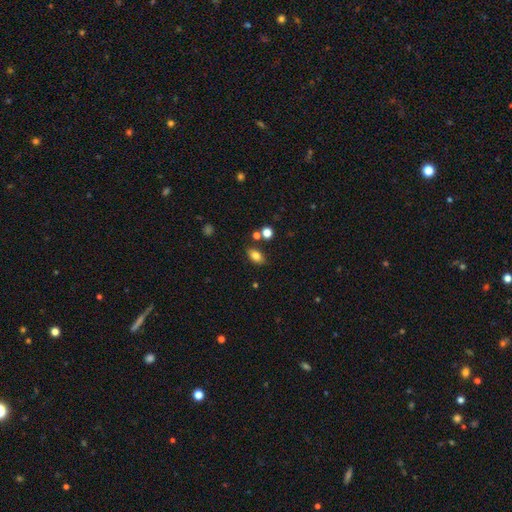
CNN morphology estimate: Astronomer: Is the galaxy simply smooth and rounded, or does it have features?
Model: smooth — 80%.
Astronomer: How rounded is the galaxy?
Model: in between — 86%.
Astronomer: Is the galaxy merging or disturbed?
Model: none — 79%.